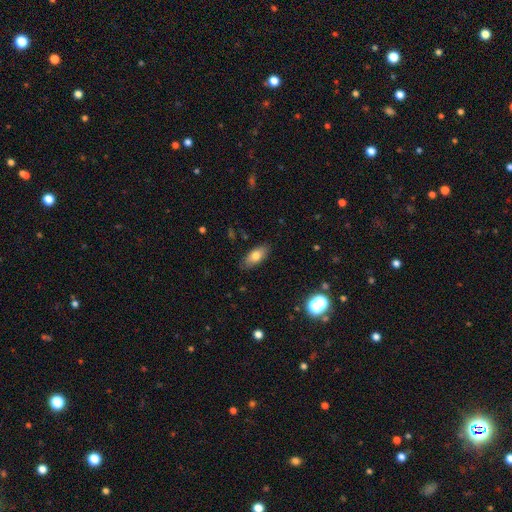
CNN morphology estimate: Q: Smooth or featured?
A: smooth (76%); runner-up: featured or disk (16%)
Q: How rounded?
A: in between (87%); runner-up: cigar-shaped (9%)
Q: Merging?
A: none (85%); runner-up: minor disturbance (11%)